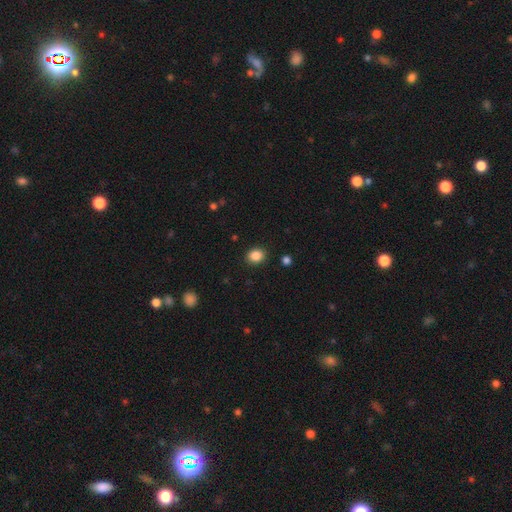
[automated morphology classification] Smooth or featured? smooth (86%)
How rounded? round (55%)
Merging? none (89%)